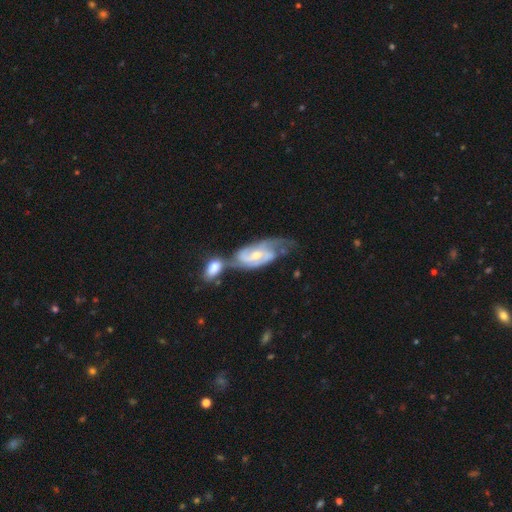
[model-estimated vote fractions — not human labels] This is clearly a featured or disk galaxy (86%). It is clearly not viewed edge-on (95%). Bar: possibly weak (47%). Spiral arm pattern: clearly yes (96%). Spiral arm count: likely 2 (78%). Spiral winding: possibly medium (47%). Central bulge: possibly moderate (53%). Merging: possibly merger (45%).